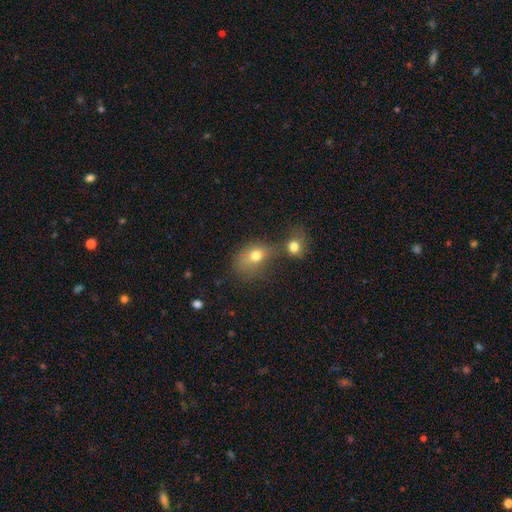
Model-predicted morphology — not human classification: Smooth or featured? Predicted: smooth (p=0.75). How rounded? Predicted: in between (p=0.59). Merging? Predicted: merger (p=0.48).